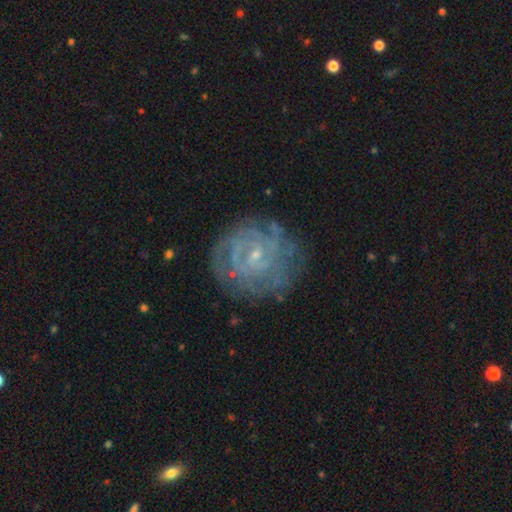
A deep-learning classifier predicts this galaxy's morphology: smooth-or-featured: featured or disk: 81% | smooth: 11% | star or artifact: 8%
  disk-edge-on: no: 97% | yes: 3%
    bar: no: 48% | weak: 42% | strong: 10%
    has-spiral-arms: yes: 90% | no: 10%
      spiral-winding: tight: 74% | medium: 21% | loose: 5%
      spiral-arm-count: can't tell: 43% | 2: 18% | 3: 14% | 4: 12% | more than 4: 7% | 1: 6%
    bulge-size: small: 79% | moderate: 15% | none: 4% | large: 1% | dominant: 1%
  merging: none: 77% | minor disturbance: 15% | major disturbance: 7% | merger: 2%